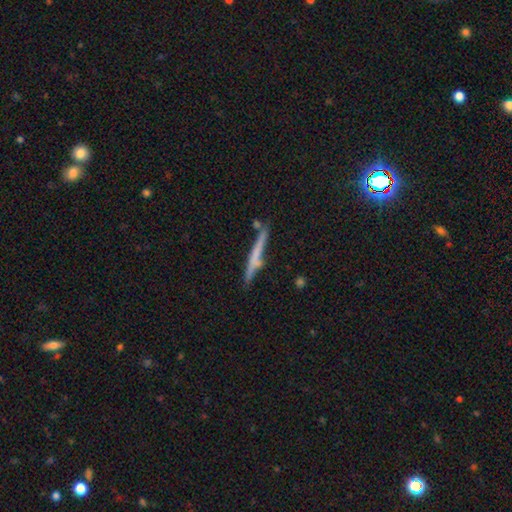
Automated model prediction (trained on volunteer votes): Smooth or featured?
  - featured or disk: 47% *
  - smooth: 45%
  - star or artifact: 7%
Merging?
  - none: 71% *
  - minor disturbance: 17%
  - merger: 8%
  - major disturbance: 4%